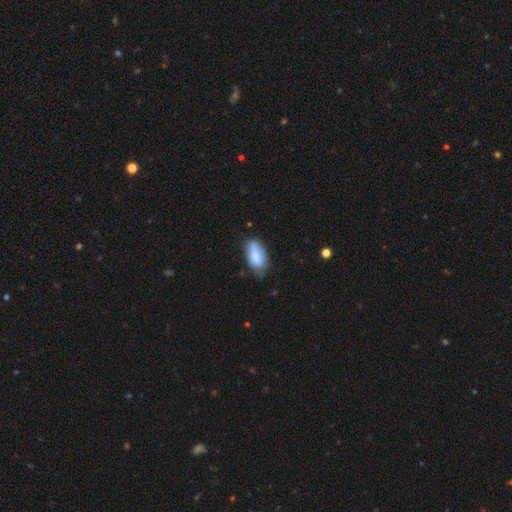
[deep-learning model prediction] A smooth galaxy with no disk features (82%) that is in between round and cigar-shaped (91%). Merging: none (64%).